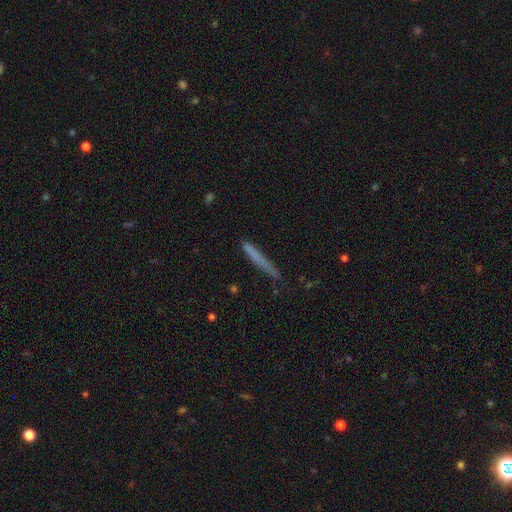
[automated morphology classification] Overall: smooth (67%). How rounded: cigar-shaped (96%). Merging: none (77%).